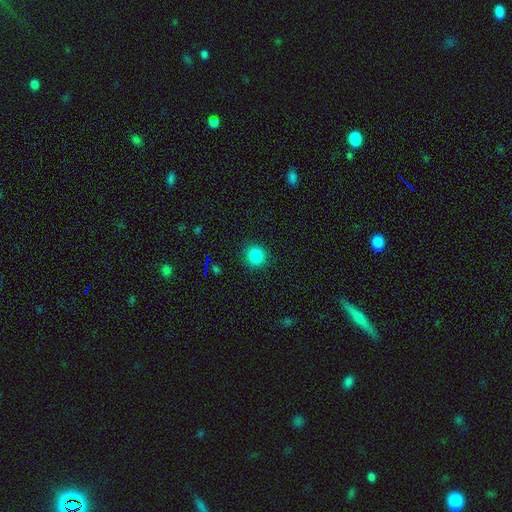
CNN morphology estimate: This is clearly a smooth galaxy (85%). How rounded: clearly round (89%). Merging: clearly none (90%).